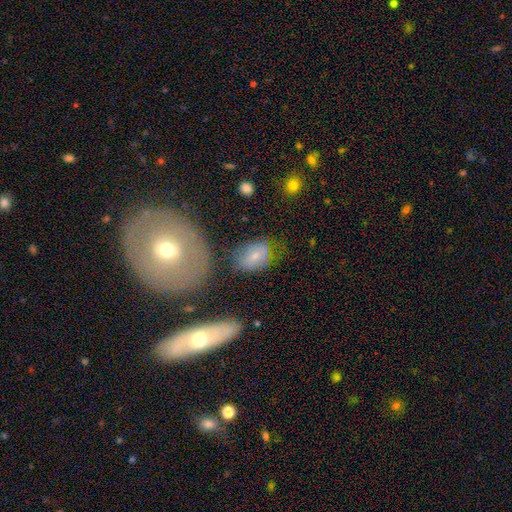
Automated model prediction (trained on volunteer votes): This is likely a smooth galaxy (64%). How rounded: clearly in between (81%). Merging: likely none (62%).